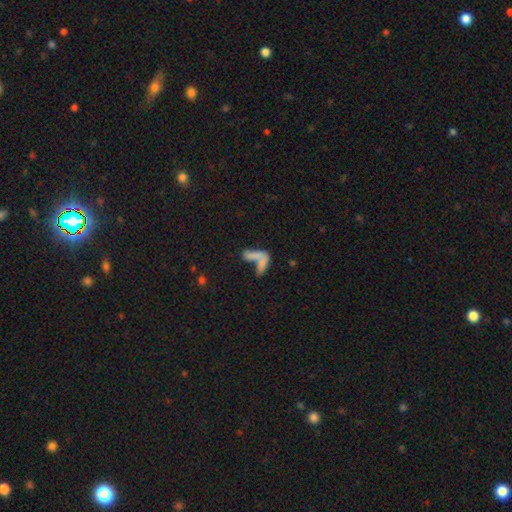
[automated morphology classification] Smooth or featured: smooth — 63% (featured or disk — 23%)
How rounded: in between — 54% (cigar-shaped — 40%)
Merging: merger — 57% (none — 21%)